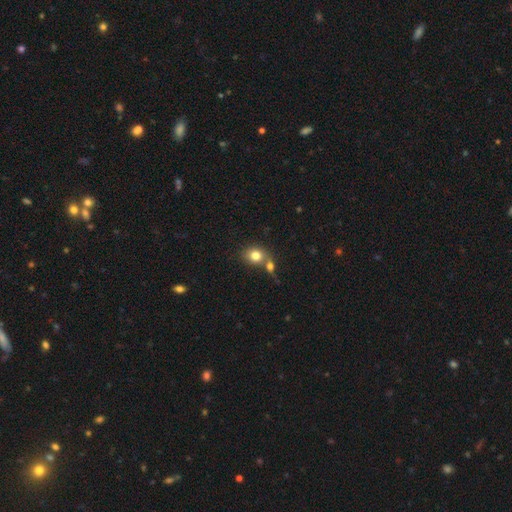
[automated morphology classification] smooth_or_featured: smooth (p=0.80) [alt: featured or disk p=0.10]
how_rounded: round (p=0.62) [alt: in between p=0.37]
merging: none (p=0.44) [alt: merger p=0.42]